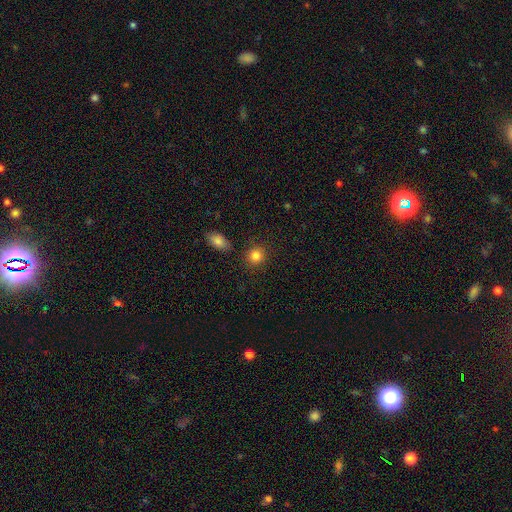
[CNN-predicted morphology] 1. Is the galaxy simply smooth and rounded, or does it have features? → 85% smooth, 10% star or artifact, 5% featured or disk.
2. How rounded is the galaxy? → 87% round, 12% in between, 1% cigar-shaped.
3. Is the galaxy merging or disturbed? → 85% none, 8% minor disturbance, 4% merger, 3% major disturbance.